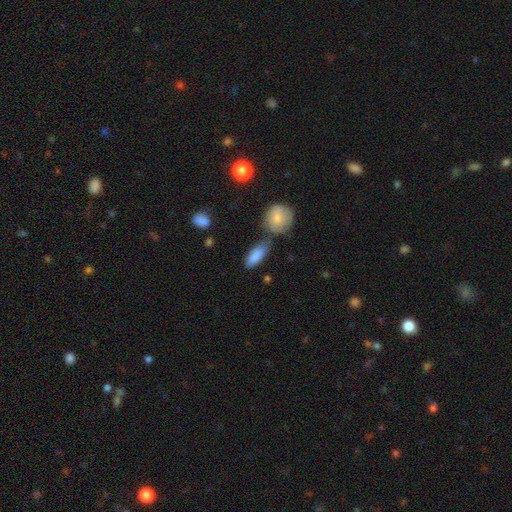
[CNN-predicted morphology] Smooth or featured? smooth (85%)
How rounded? in between (75%)
Merging? none (56%)